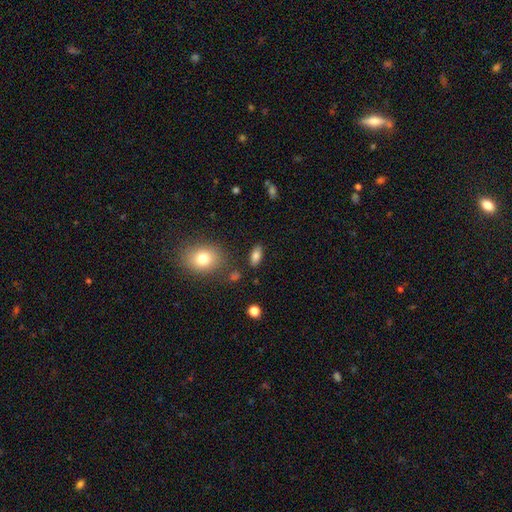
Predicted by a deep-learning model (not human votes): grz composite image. It shows a smooth galaxy with no disk features (81%) that is in between round and cigar-shaped (87%). Merging: none (84%).